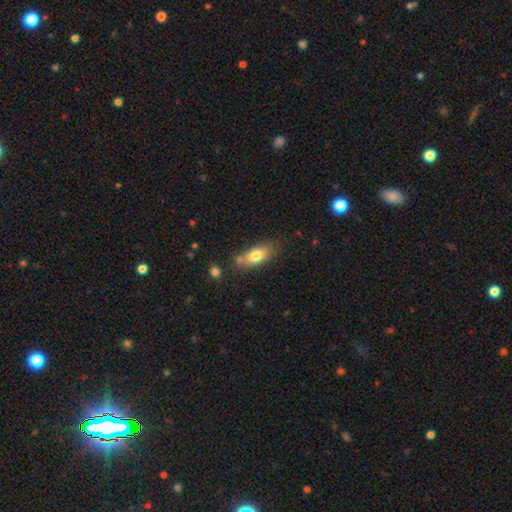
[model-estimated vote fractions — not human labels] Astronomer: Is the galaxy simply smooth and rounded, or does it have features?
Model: smooth — 76%.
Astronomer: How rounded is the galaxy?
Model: in between — 81%.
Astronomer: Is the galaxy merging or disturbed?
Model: none — 67%.